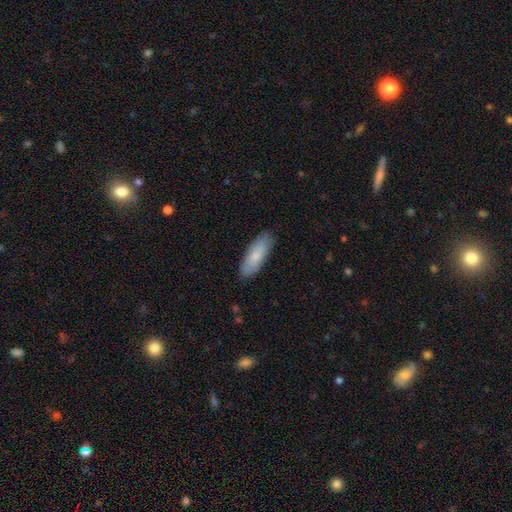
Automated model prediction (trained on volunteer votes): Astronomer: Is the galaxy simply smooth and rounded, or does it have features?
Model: smooth — 83%.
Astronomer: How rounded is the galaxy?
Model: in between — 63%.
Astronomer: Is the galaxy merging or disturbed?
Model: none — 86%.